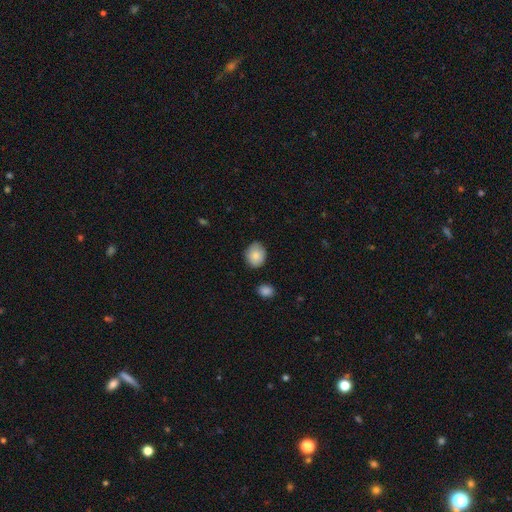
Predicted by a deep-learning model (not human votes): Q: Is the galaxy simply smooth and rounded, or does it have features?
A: smooth — 85%.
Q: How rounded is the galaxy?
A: round — 55%.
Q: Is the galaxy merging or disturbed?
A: none — 80%.